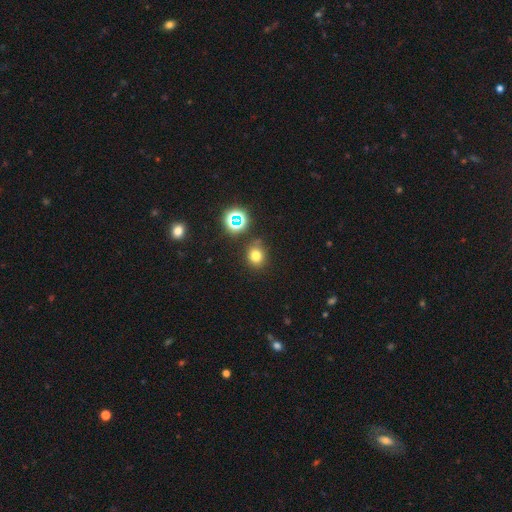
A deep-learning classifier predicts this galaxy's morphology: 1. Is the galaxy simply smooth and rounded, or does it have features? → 72% smooth, 21% star or artifact, 7% featured or disk.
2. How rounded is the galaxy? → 72% round, 27% in between, 1% cigar-shaped.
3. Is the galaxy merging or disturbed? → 79% none, 13% minor disturbance, 5% merger, 4% major disturbance.